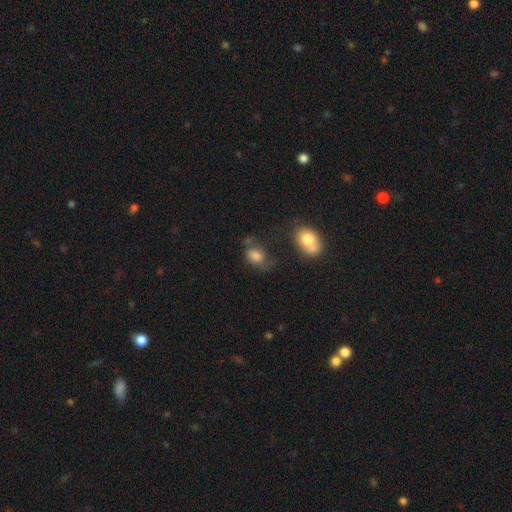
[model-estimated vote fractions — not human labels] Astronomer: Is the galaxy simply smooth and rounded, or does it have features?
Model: smooth — 75%.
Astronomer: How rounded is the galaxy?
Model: in between — 62% (runner-up: round, 37%).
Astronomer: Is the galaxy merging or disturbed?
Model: none — 42% (runner-up: minor disturbance, 26%).